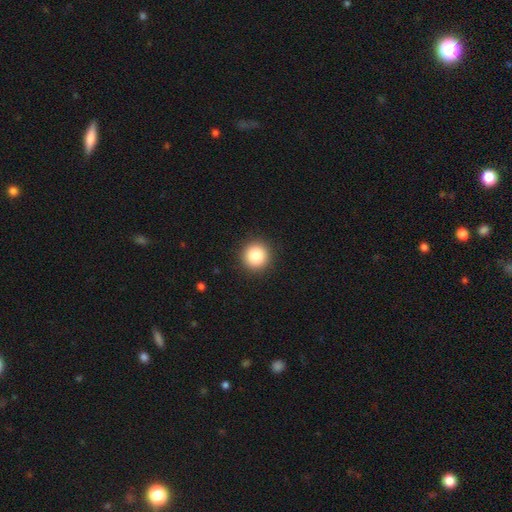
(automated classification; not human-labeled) A smooth galaxy with no disk features (85%) that is round (94%).

Vote fractions:
- Smooth or featured? smooth: 85% / star or artifact: 9% / featured or disk: 6%
- How rounded? round: 94% / in between: 5% / cigar-shaped: 1%
- Merging? none: 92% / minor disturbance: 5% / major disturbance: 2% / merger: 1%